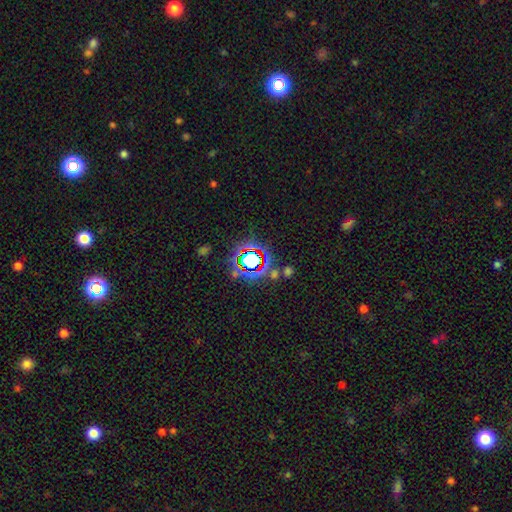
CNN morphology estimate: The model was most divided on "smooth or featured": star or artifact: 67%, smooth: 21%, featured or disk: 12%.